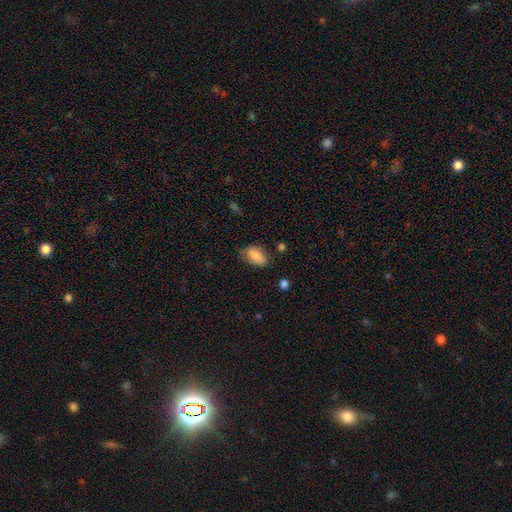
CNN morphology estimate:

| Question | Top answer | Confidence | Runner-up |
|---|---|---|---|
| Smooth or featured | smooth | 86% | star or artifact (8%) |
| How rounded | in between | 91% | round (6%) |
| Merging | none | 68% | minor disturbance (24%) |